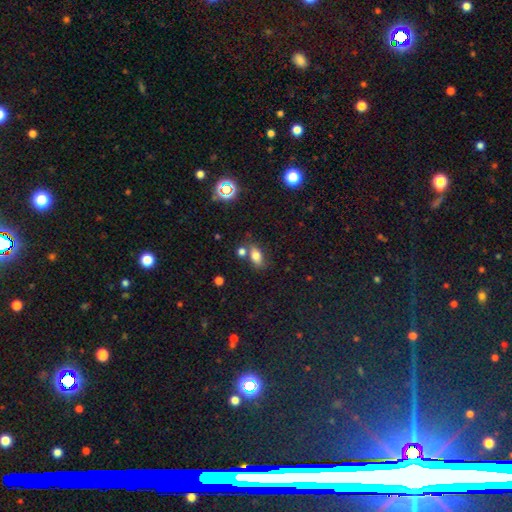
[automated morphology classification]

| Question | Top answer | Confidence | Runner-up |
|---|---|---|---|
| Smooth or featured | smooth | 75% | star or artifact (13%) |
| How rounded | in between | 82% | round (11%) |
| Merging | none | 62% | merger (18%) |